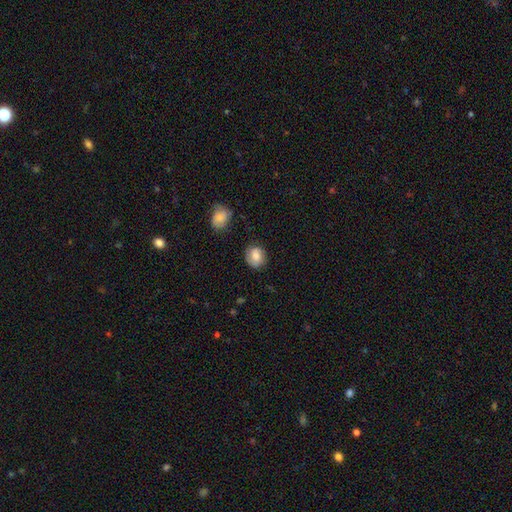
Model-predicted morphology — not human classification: This is likely a smooth galaxy (77%). How rounded: likely round (71%). Merging: likely none (76%).